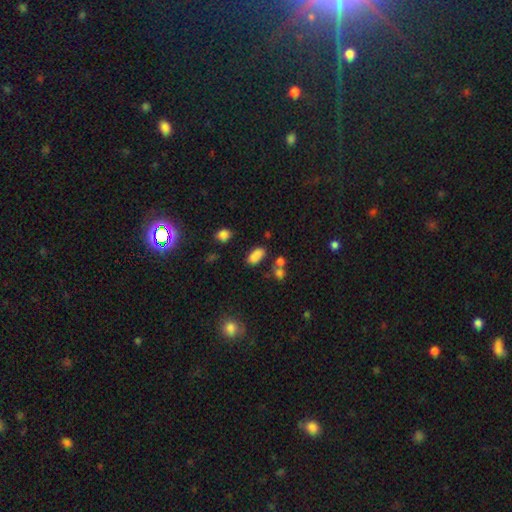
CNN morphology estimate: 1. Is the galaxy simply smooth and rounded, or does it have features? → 78% smooth, 14% star or artifact, 8% featured or disk.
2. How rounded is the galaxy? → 88% in between, 7% round, 5% cigar-shaped.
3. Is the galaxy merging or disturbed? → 59% none, 18% merger, 17% minor disturbance, 6% major disturbance.